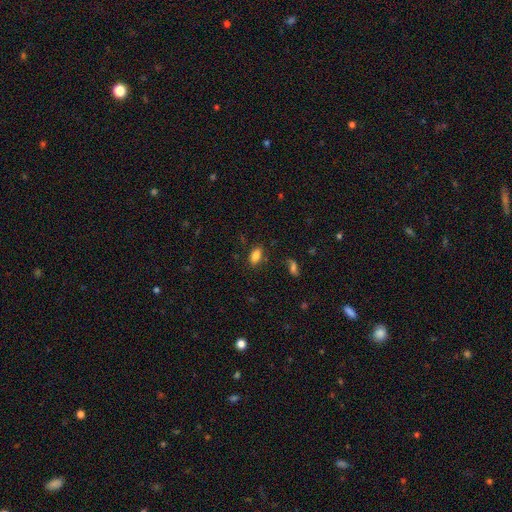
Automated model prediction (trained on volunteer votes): Smooth or featured? smooth (84%)
How rounded? in between (90%)
Merging? none (83%)